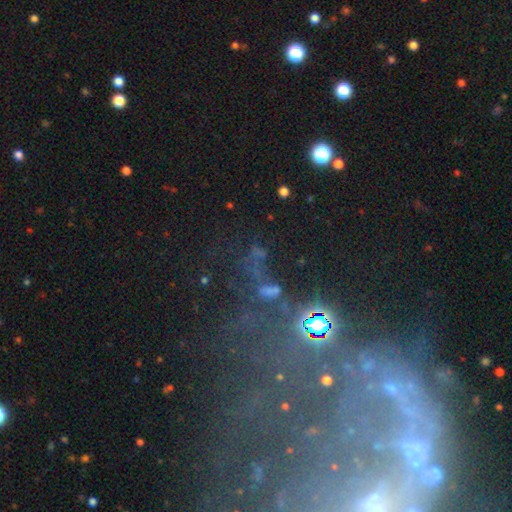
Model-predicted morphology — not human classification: Smooth or featured? Predicted: star or artifact (p=0.55).